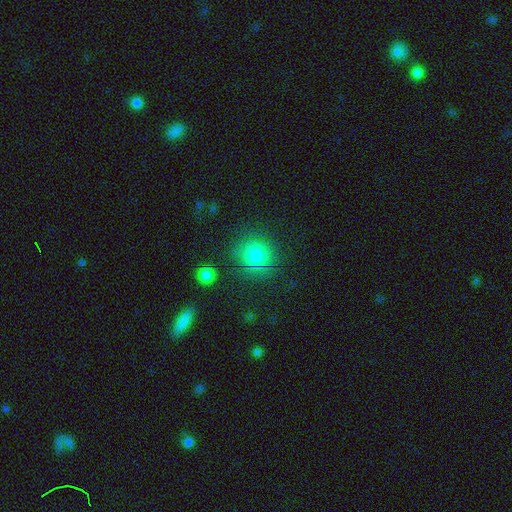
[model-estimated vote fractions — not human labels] The model was most divided on "smooth or featured": smooth: 80%, star or artifact: 13%, featured or disk: 7%. More confident: how rounded — round (88%); merging — none (80%).